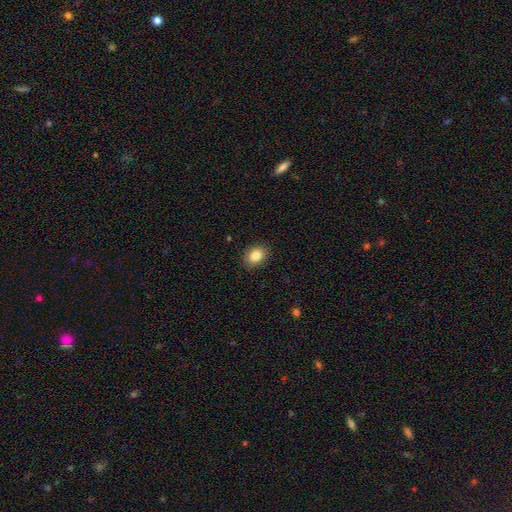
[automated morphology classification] smooth 84%, star or artifact 9%, featured or disk 7%. Down the decision tree: how rounded — in between (66%); merging — none (89%).